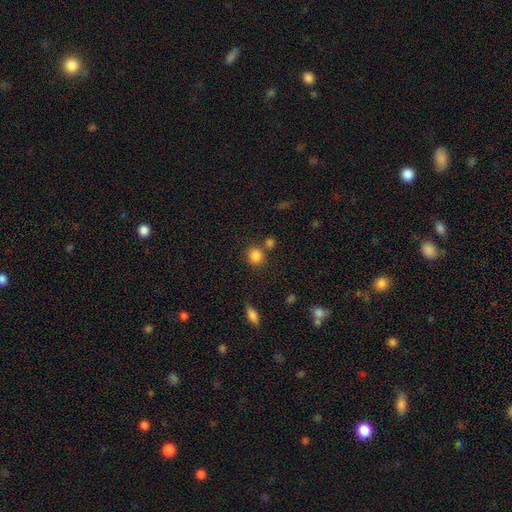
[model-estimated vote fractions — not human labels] Morphology: type=smooth (85%); roundness=round (86%); merging=none (73%).